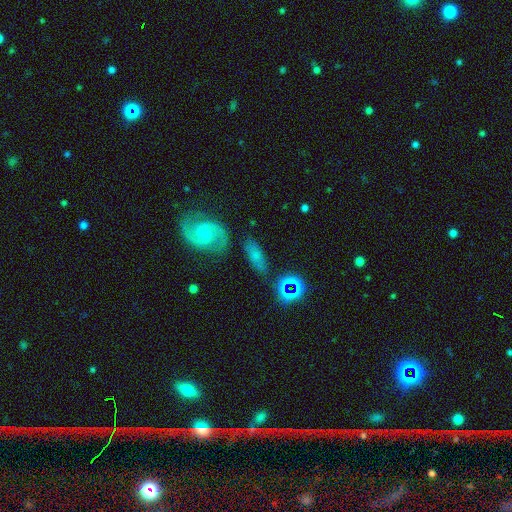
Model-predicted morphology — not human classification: This appears to be a smooth galaxy with no disk features (48%). Merging: none (69%).